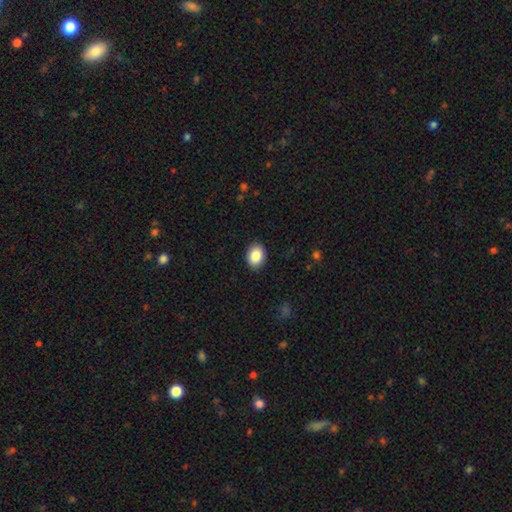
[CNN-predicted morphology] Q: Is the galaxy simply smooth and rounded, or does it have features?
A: smooth — 88%.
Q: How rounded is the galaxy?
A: in between — 73%.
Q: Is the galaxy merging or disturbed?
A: none — 90%.